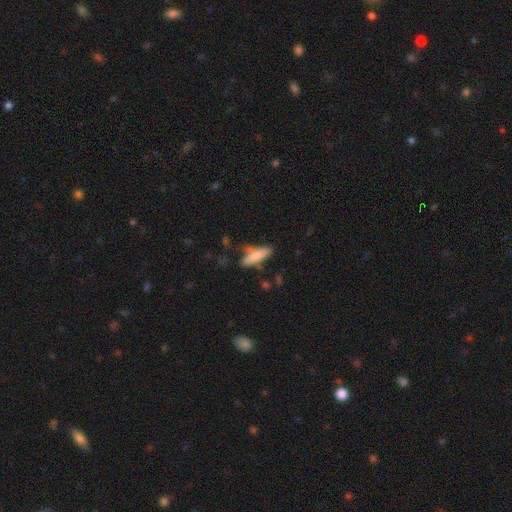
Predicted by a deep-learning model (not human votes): smooth 75%, featured or disk 18%, star or artifact 7%. Down the decision tree: how rounded — cigar-shaped (62%); merging — none (58%).